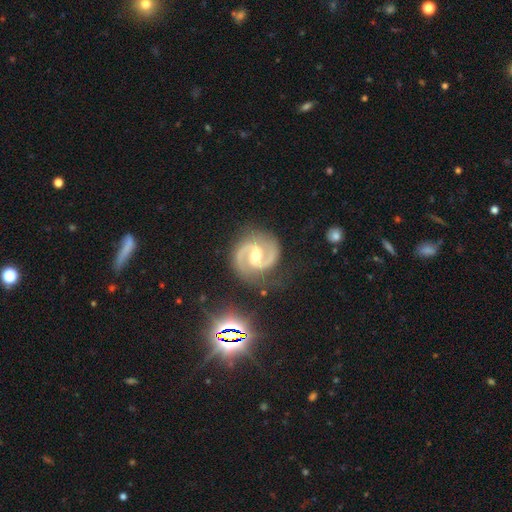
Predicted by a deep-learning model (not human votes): A featured or disk galaxy (93%) with a weak bar (45%), 2 (95%) medium (63%) spiral arms (99%) and a moderate central bulge (68%). Merging: none (83%).